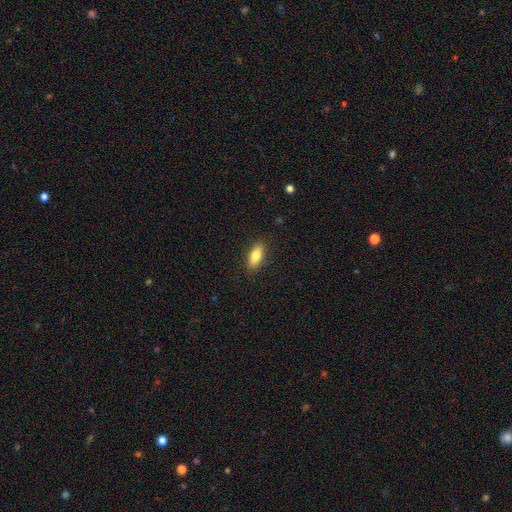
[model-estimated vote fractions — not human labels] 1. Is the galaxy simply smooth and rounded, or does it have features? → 83% smooth, 10% featured or disk, 7% star or artifact.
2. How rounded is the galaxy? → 81% in between, 17% cigar-shaped, 3% round.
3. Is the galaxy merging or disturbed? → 88% none, 9% minor disturbance, 2% major disturbance, 1% merger.